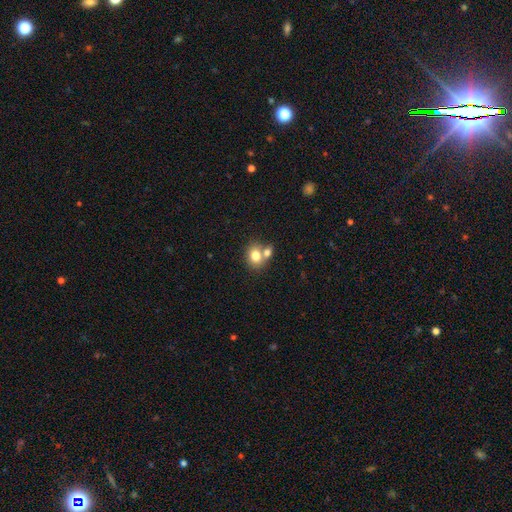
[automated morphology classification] Smooth or featured?
  - smooth: 77% *
  - featured or disk: 13%
  - star or artifact: 10%
How rounded?
  - round: 60% *
  - in between: 39%
  - cigar-shaped: 1%
Merging?
  - none: 44% * (tied)
  - merger: 44% * (tied)
  - minor disturbance: 9%
  - major disturbance: 3%